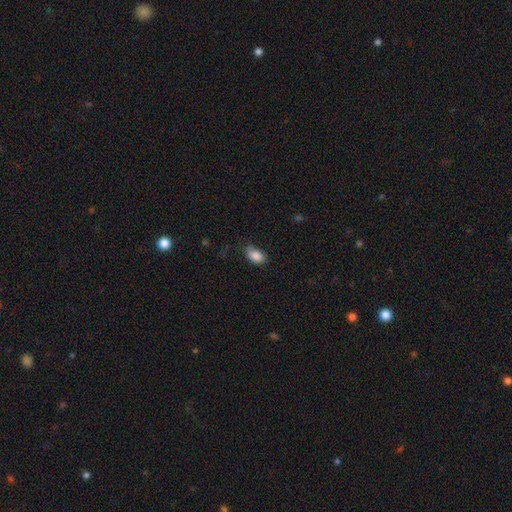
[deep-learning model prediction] smooth-or-featured: smooth: 87% | star or artifact: 8% | featured or disk: 5%
  how-rounded: in between: 89% | round: 9% | cigar-shaped: 2%
  merging: none: 66% | minor disturbance: 27% | major disturbance: 6% | merger: 2%